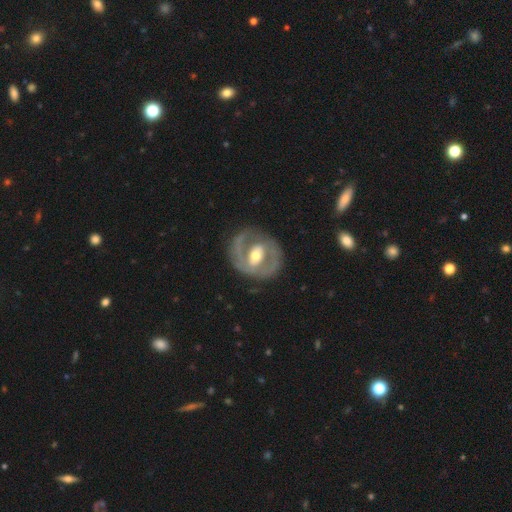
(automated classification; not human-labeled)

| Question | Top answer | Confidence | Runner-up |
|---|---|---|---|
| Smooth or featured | featured or disk | 81% | smooth (14%) |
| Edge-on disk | no | 97% | yes (3%) |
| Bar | weak | 41% | no (32%) |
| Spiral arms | yes | 77% | no (23%) |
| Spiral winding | medium | 42% | tied: tight (42%) |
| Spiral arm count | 2 | 74% | can't tell (11%) |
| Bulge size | moderate | 72% | small (16%) |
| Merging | none | 74% | minor disturbance (16%) |